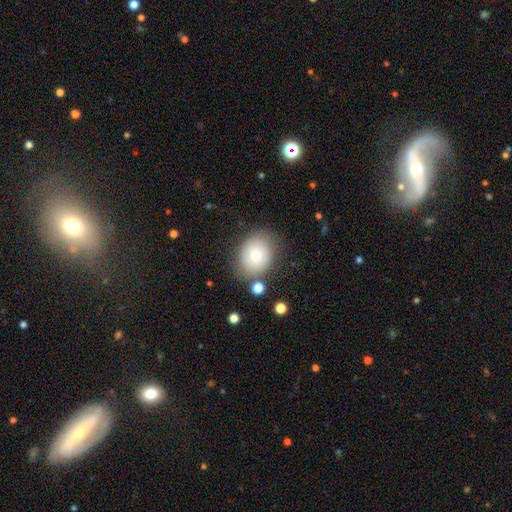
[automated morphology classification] type=smooth (75%); roundness=in between (52%); merging=none (72%).